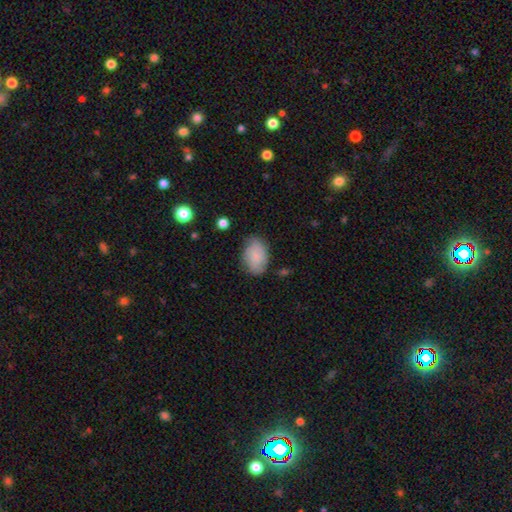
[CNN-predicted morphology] smooth_or_featured: smooth (p=0.78) [alt: featured or disk p=0.15]
how_rounded: in between (p=0.85) [alt: round p=0.14]
merging: none (p=0.69) [alt: minor disturbance p=0.24]